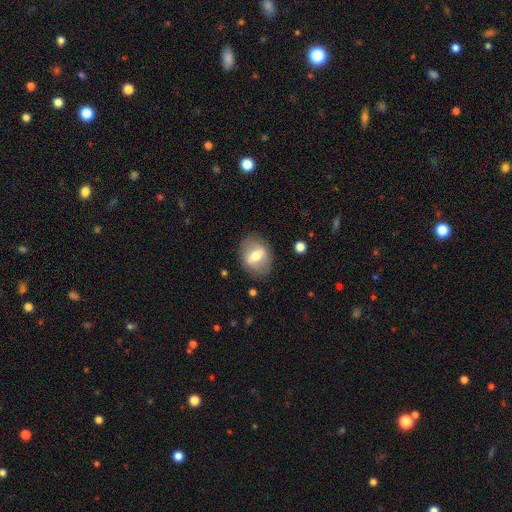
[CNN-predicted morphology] This is possibly a smooth galaxy (46%, tied with featured or disk). Merging: clearly none (81%).